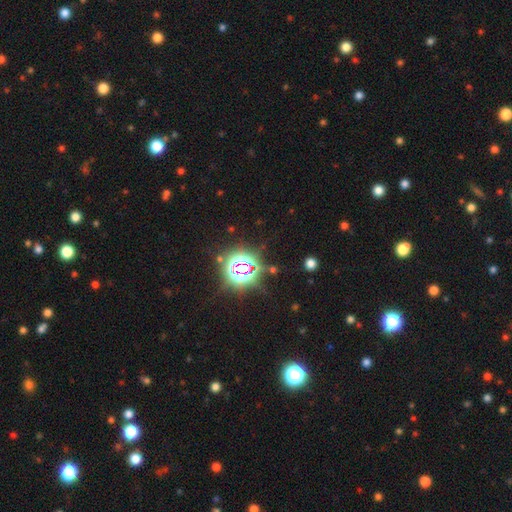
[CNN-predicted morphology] smooth-or-featured: star or artifact: 82% | smooth: 11% | featured or disk: 7%